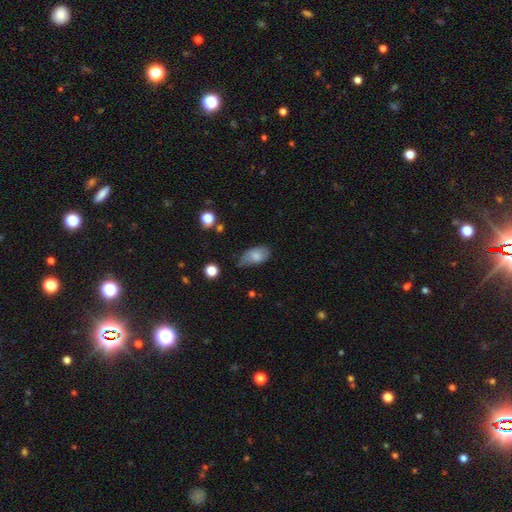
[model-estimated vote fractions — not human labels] smooth-or-featured: smooth: 77% | featured or disk: 15% | star or artifact: 8%
  how-rounded: in between: 91% | round: 6% | cigar-shaped: 3%
  merging: none: 44% | minor disturbance: 42% | major disturbance: 11% | merger: 3%